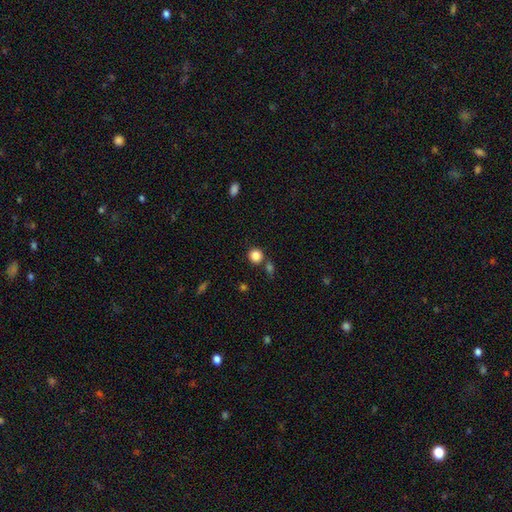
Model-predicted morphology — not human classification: Smooth or featured? Predicted: smooth (p=0.84). How rounded? Predicted: round (p=0.91). Merging? Predicted: none (p=0.77).